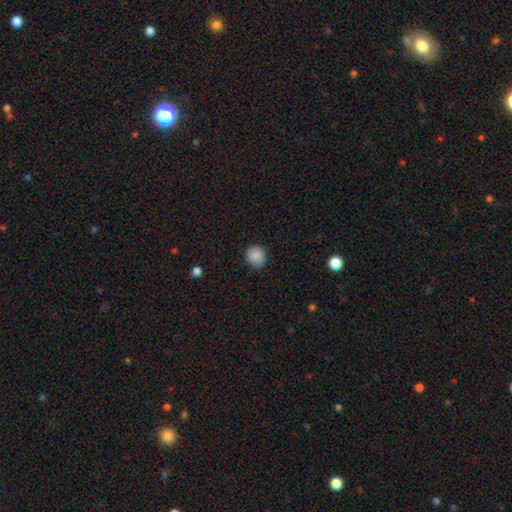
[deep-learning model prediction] This appears to be a smooth galaxy with no disk features (88%) that is round (81%). Merging: none (86%).